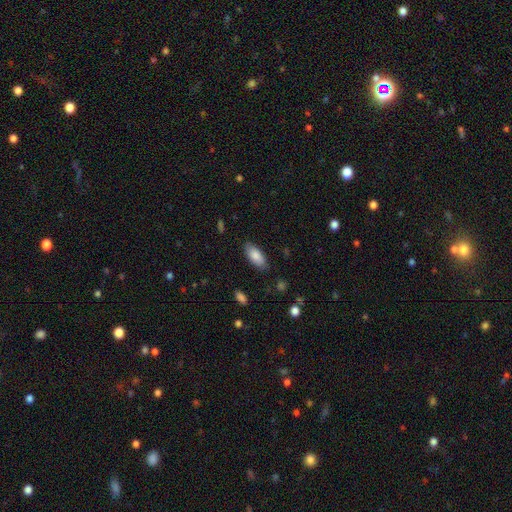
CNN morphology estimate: Q: Smooth or featured?
A: smooth (85%); runner-up: featured or disk (9%)
Q: How rounded?
A: in between (90%); runner-up: cigar-shaped (8%)
Q: Merging?
A: none (83%); runner-up: minor disturbance (13%)